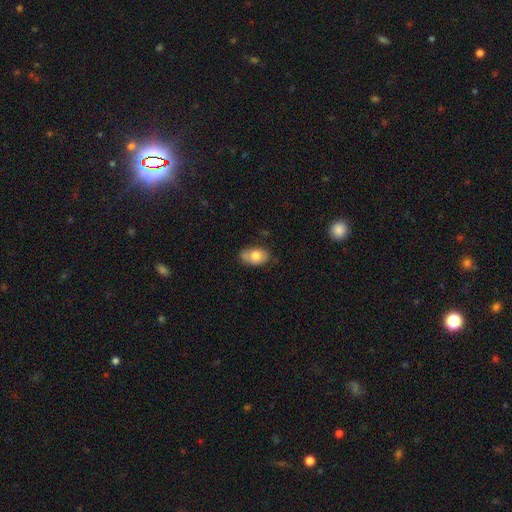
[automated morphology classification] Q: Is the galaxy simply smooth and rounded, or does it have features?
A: smooth — 69%.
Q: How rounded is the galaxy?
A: in between — 87%.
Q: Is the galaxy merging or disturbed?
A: none — 62%.